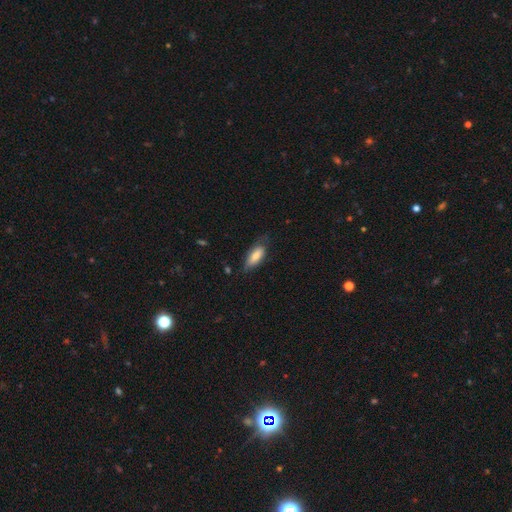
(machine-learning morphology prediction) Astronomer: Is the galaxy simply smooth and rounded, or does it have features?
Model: smooth — 77%.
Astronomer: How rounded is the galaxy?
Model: in between — 75%.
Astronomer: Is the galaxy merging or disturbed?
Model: none — 63%.